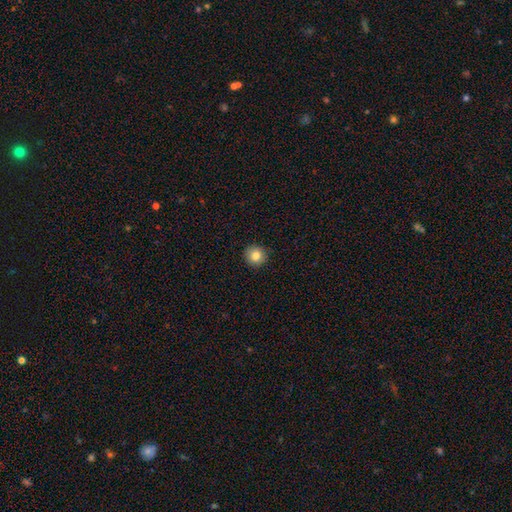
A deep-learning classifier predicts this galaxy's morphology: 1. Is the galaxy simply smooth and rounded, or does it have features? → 83% smooth, 10% star or artifact, 7% featured or disk.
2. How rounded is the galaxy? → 94% round, 5% in between, 1% cigar-shaped.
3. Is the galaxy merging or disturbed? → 92% none, 5% minor disturbance, 2% major disturbance, 1% merger.